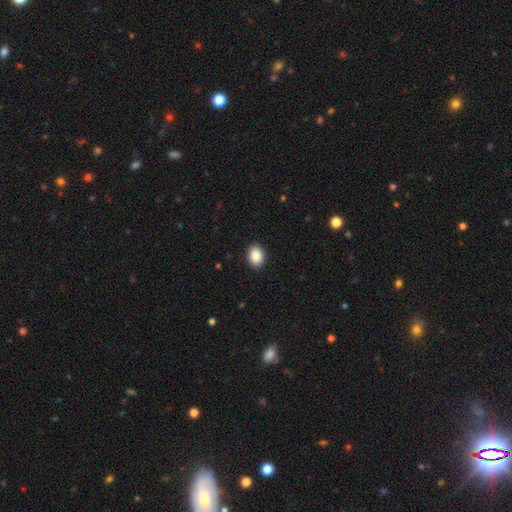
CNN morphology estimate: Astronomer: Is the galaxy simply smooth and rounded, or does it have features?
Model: smooth — 88%.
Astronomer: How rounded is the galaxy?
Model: in between — 77%.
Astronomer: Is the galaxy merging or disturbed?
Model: none — 91%.